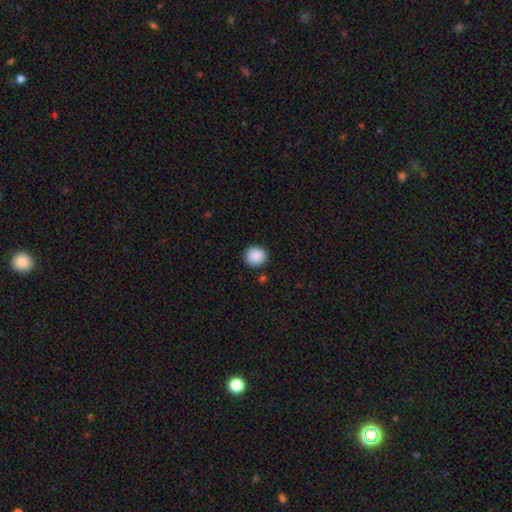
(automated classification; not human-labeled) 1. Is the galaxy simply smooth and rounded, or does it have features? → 89% smooth, 8% star or artifact, 2% featured or disk.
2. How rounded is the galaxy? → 91% round, 8% in between, 1% cigar-shaped.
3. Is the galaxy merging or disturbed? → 89% none, 7% minor disturbance, 2% major disturbance, 2% merger.